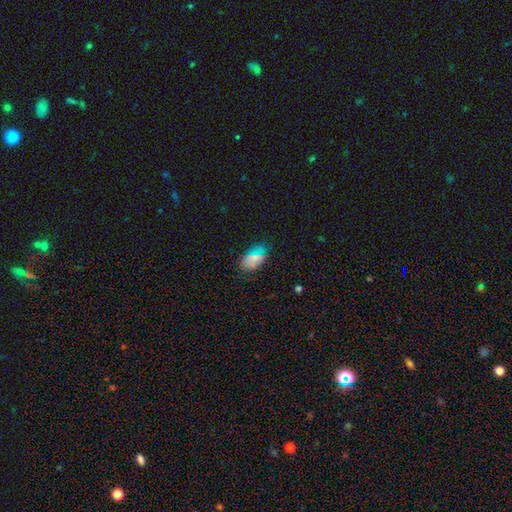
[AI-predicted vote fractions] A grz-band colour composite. It shows a smooth galaxy with no disk features (72%) that is in between round and cigar-shaped (92%). Merging: none (82%).